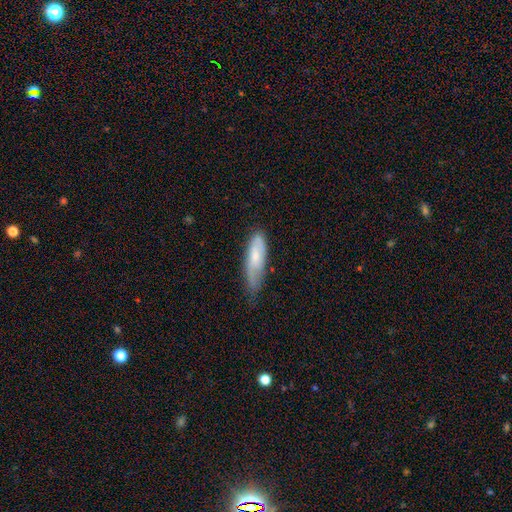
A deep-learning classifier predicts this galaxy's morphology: Q: Smooth or featured?
A: smooth (62%); runner-up: featured or disk (32%)
Q: How rounded?
A: cigar-shaped (51%); runner-up: in between (47%)
Q: Merging?
A: none (48%); runner-up: minor disturbance (40%)